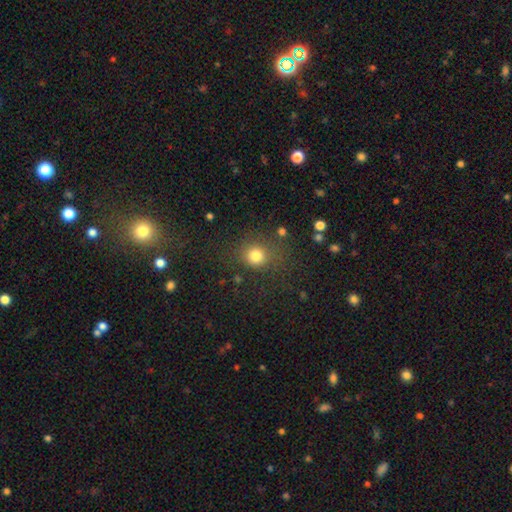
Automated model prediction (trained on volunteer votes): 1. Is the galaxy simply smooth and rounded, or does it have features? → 79% smooth, 15% star or artifact, 6% featured or disk.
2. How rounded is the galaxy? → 85% round, 14% in between, 1% cigar-shaped.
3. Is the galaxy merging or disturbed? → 74% none, 13% minor disturbance, 9% major disturbance, 4% merger.